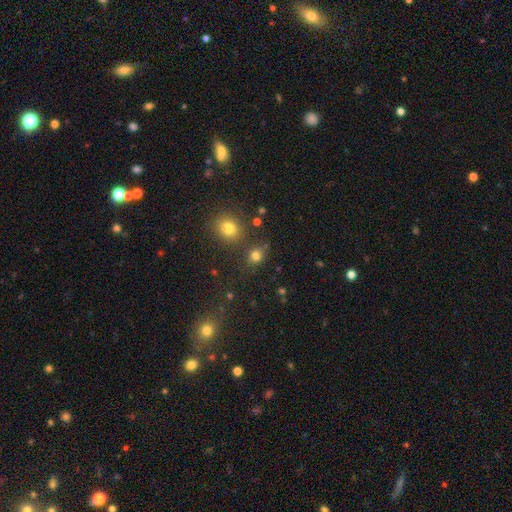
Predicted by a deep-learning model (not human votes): smooth 76%, star or artifact 18%, featured or disk 6%. Down the decision tree: how rounded — round (74%); merging — none (77%).